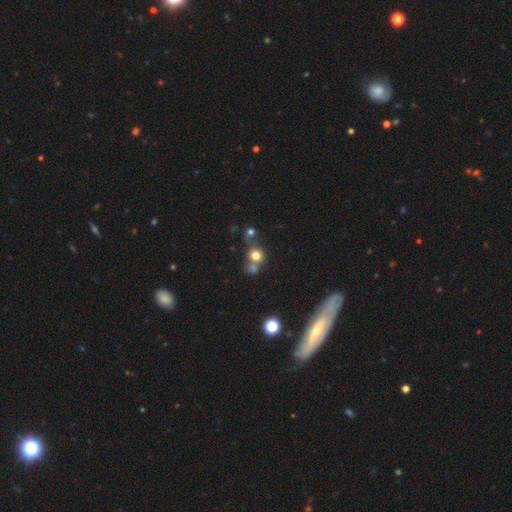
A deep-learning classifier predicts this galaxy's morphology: smooth_or_featured: smooth (p=0.73) [alt: star or artifact p=0.16]
how_rounded: round (p=0.85) [alt: in between p=0.14]
merging: none (p=0.45) [alt: merger p=0.39]